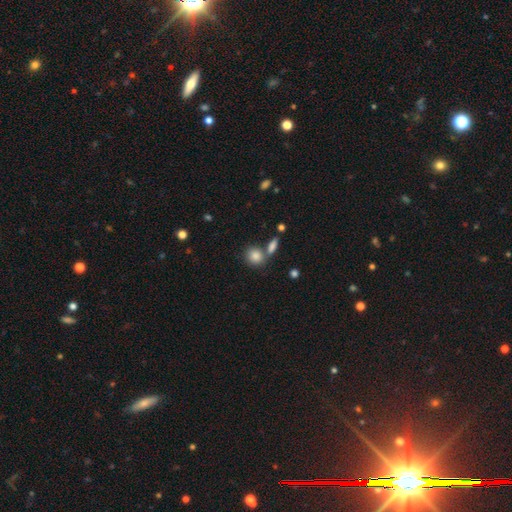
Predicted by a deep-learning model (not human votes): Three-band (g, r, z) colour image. It shows a smooth galaxy with no disk features (85%) that is round (68%). Merging: none (59%).